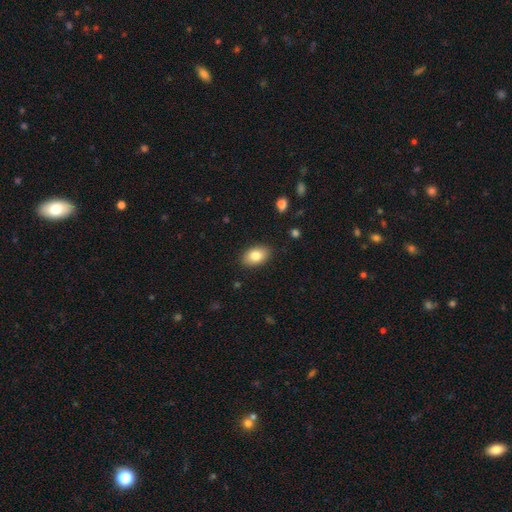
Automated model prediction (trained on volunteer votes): A smooth galaxy with no disk features (81%) that is in between round and cigar-shaped (90%). Merging: none (88%).